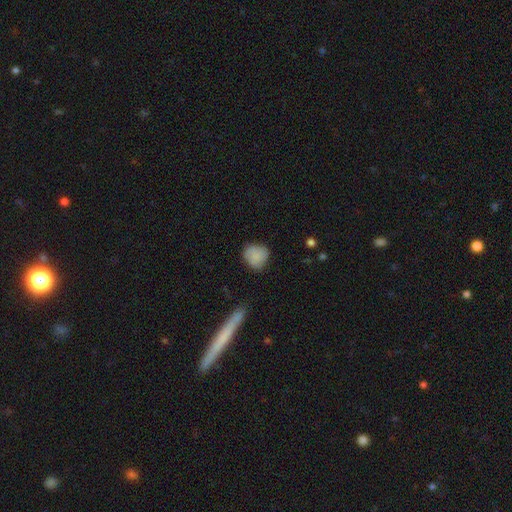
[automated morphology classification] smooth-or-featured: smooth: 84% | star or artifact: 9% | featured or disk: 8%
  how-rounded: round: 74% | in between: 25% | cigar-shaped: 1%
  merging: none: 67% | minor disturbance: 25% | major disturbance: 5% | merger: 2%